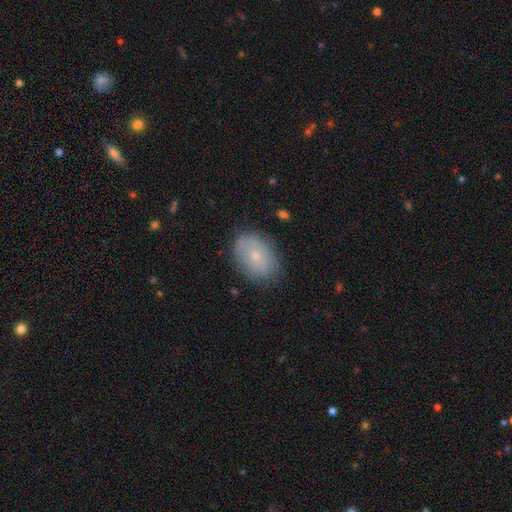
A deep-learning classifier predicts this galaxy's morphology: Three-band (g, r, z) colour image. It shows a smooth galaxy with no disk features (64%) that is in between round and cigar-shaped (74%). Merging: none (78%).